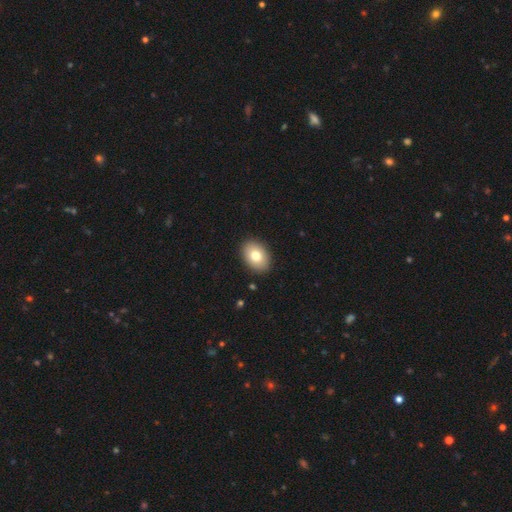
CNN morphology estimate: The model was most divided on "how rounded": in between: 79%, round: 20%, cigar-shaped: 1%. More confident: merging — none (90%); smooth or featured — smooth (78%).